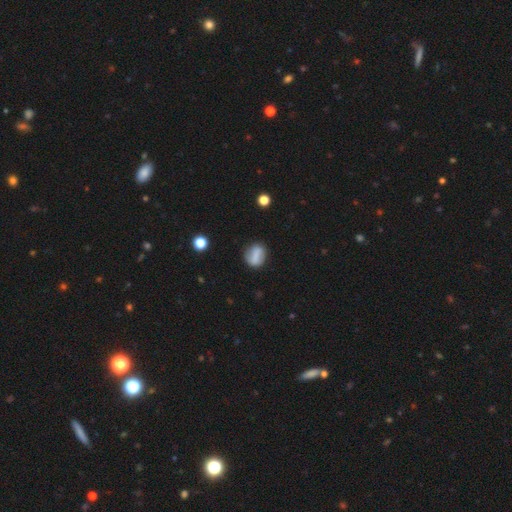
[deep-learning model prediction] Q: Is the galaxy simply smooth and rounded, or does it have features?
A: smooth — 69%.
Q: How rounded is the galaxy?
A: round — 51%.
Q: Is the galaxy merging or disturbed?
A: none — 75%.